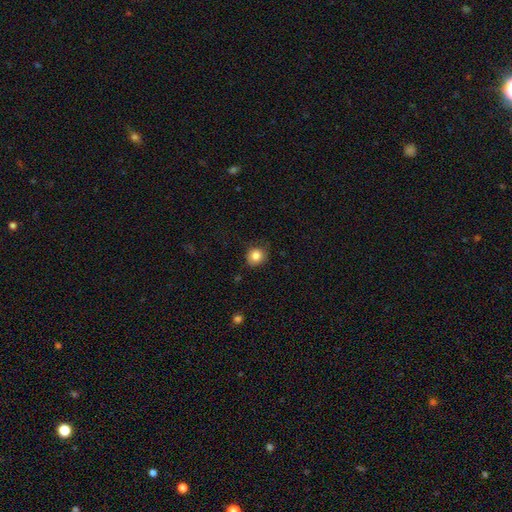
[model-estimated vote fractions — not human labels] This appears to be a smooth galaxy with no disk features (84%) that is round (82%). Merging: none (77%).